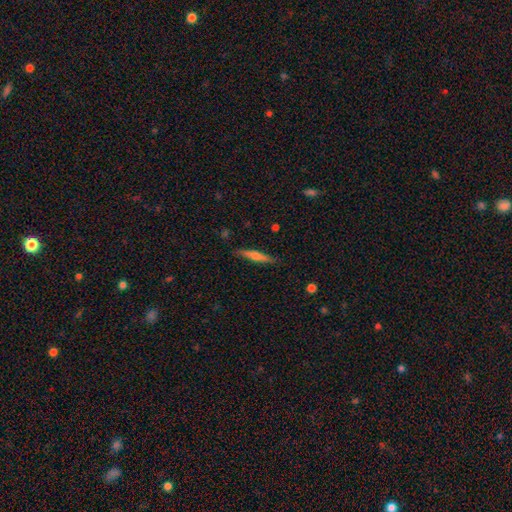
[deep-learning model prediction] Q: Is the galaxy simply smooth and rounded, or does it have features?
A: featured or disk — 59%.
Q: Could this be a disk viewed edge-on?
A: yes — 97%.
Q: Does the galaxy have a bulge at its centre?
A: rounded — 82%.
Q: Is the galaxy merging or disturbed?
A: none — 87%.